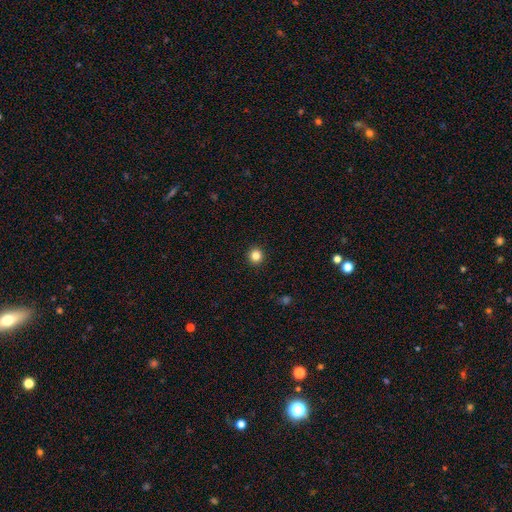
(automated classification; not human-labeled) Smooth or featured? smooth (84%)
How rounded? round (95%)
Merging? none (93%)